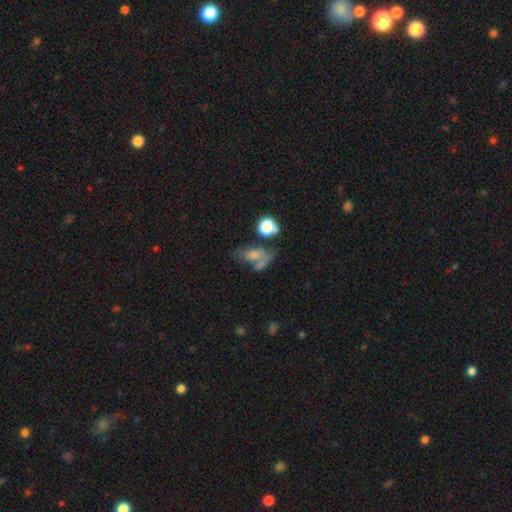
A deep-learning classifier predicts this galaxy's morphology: Smooth or featured: smooth — 64% (featured or disk — 22%)
How rounded: in between — 76% (round — 17%)
Merging: merger — 37% (none — 30%)